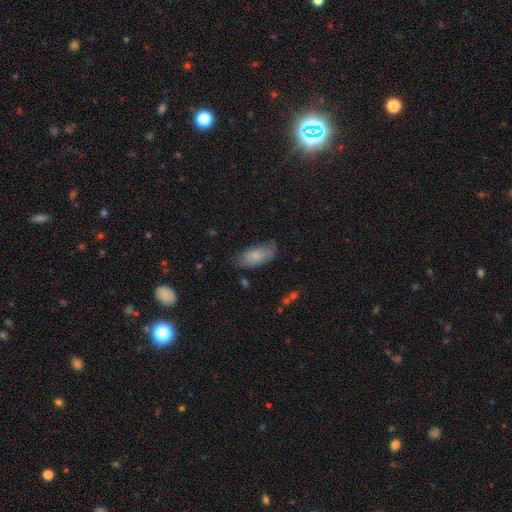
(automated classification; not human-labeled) Smooth or featured?
  - smooth: 80% *
  - featured or disk: 14%
  - star or artifact: 6%
How rounded?
  - in between: 88% *
  - cigar-shaped: 9%
  - round: 2%
Merging?
  - none: 67% *
  - minor disturbance: 25%
  - major disturbance: 6%
  - merger: 2%